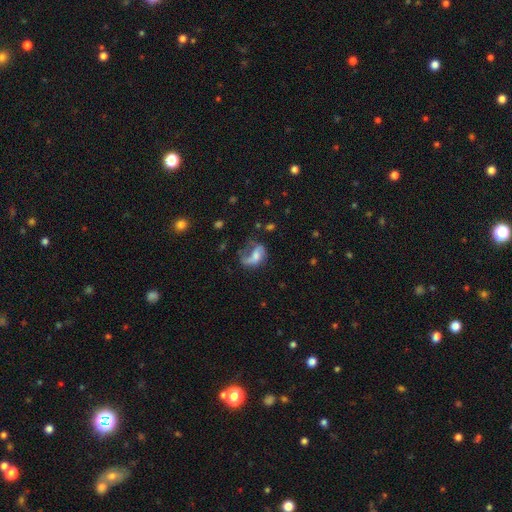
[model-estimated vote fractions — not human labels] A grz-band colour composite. It shows a featured or disk galaxy (53%) with no bar (56%), spiral arms (69%) and a moderate central bulge (37%). Merging: major disturbance (44%).